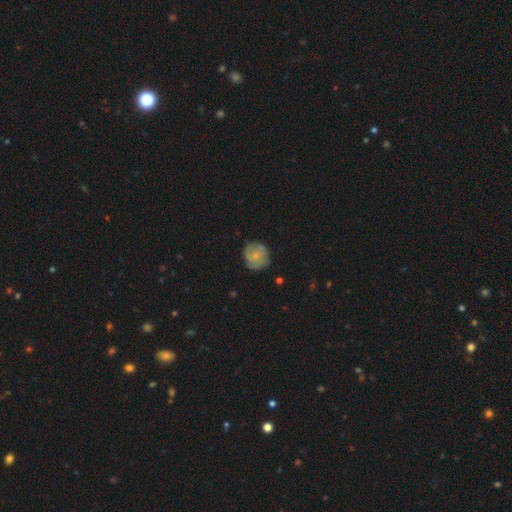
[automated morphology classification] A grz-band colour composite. It shows a smooth galaxy with no disk features (54%) that is round (86%). Merging: none (71%).